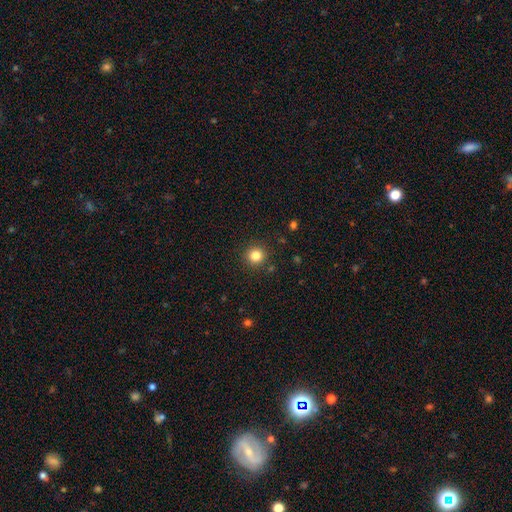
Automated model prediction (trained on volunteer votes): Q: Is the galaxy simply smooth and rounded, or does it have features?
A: smooth — 82%.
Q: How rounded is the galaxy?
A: round — 94%.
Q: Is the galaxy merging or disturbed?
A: none — 91%.